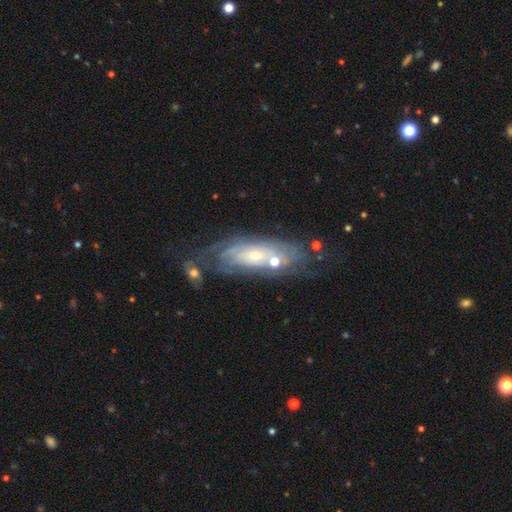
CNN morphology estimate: A featured or disk galaxy (75%) with no bar (77%), tight (73%) spiral arms (83%) and a small central bulge (67%).

Vote fractions:
- Smooth or featured? featured or disk: 75% / smooth: 17% / star or artifact: 8%
- Edge-on disk? no: 85% / yes: 15%
- Bar? no: 77% / weak: 19% / strong: 5%
- Spiral arms? yes: 83% / no: 17%
- Spiral winding? tight: 73% / medium: 20% / loose: 7%
- Spiral arm count? can't tell: 65% / 2: 11% / 3: 8% / 4: 7% / more than 4: 6% / 1: 4%
- Bulge size? small: 67% / moderate: 27% / none: 2% / large: 2% / dominant: 1%
- Merging? none: 56% / minor disturbance: 21% / major disturbance: 12% / merger: 12%